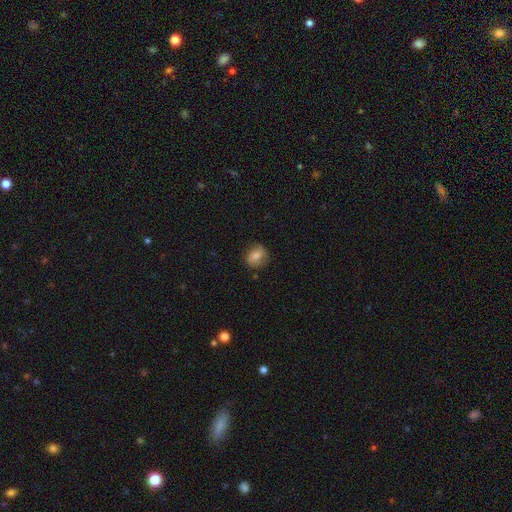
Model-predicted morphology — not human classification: This appears to be a smooth galaxy with no disk features (68%) that is round (73%). Merging: none (78%).